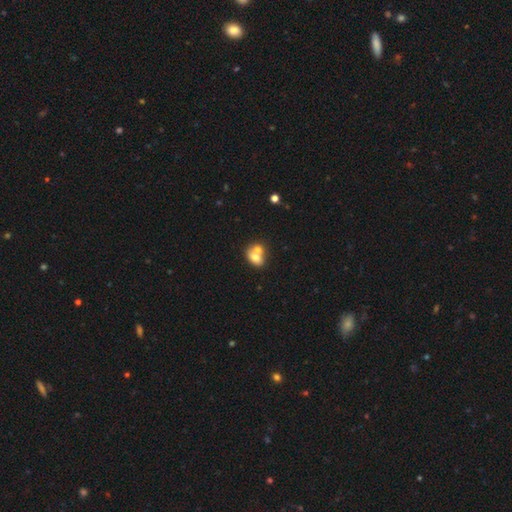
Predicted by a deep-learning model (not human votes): Morphology: type=smooth (70%); roundness=in between (65%); merging=merger (63%).